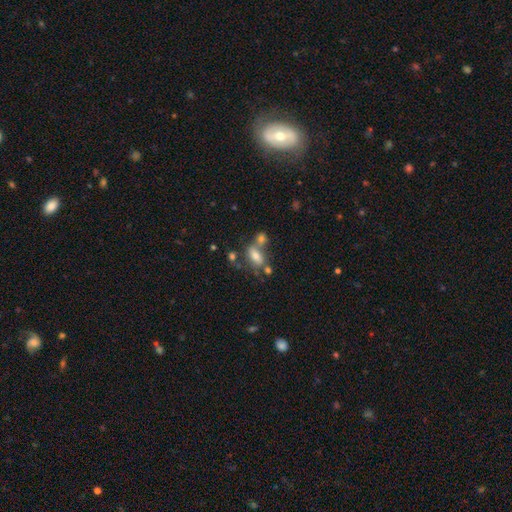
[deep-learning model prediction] Overall: smooth (70%). How rounded: in between (81%). Merging: none (44%; merger 33%).